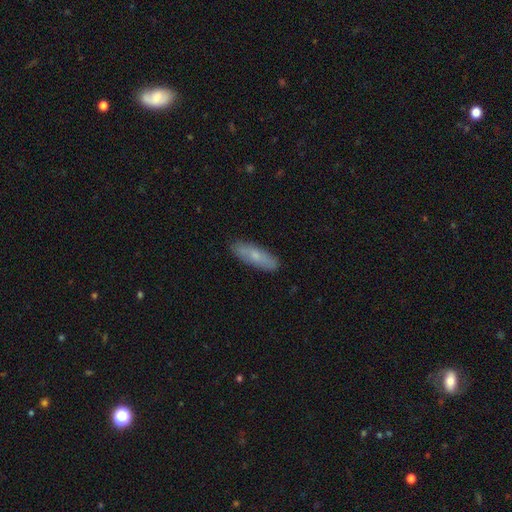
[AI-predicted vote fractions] Q: Smooth or featured?
A: smooth (67%); runner-up: featured or disk (27%)
Q: How rounded?
A: cigar-shaped (57%); runner-up: in between (40%)
Q: Merging?
A: none (86%); runner-up: minor disturbance (11%)